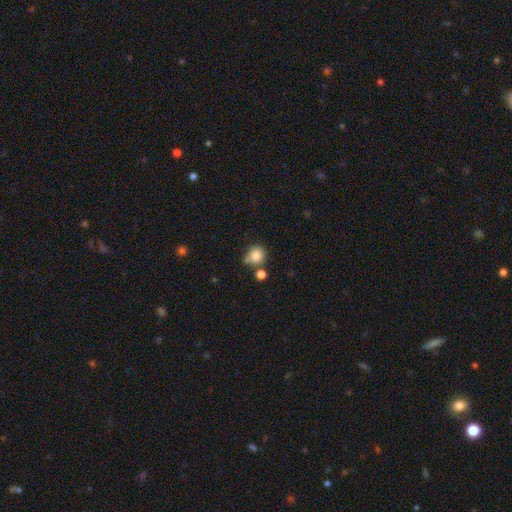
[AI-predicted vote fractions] smooth-or-featured: smooth: 84% | star or artifact: 10% | featured or disk: 6%
  how-rounded: round: 88% | in between: 11% | cigar-shaped: 1%
  merging: none: 66% | merger: 17% | minor disturbance: 13% | major disturbance: 4%